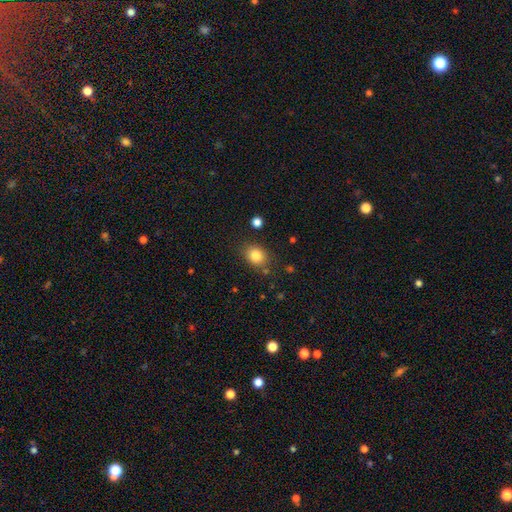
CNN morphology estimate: A smooth galaxy with no disk features (82%) that is round (60%).

Vote fractions:
- Smooth or featured? smooth: 82% / star or artifact: 11% / featured or disk: 7%
- How rounded? round: 60% / in between: 39% / cigar-shaped: 1%
- Merging? none: 81% / minor disturbance: 12% / merger: 4% / major disturbance: 3%